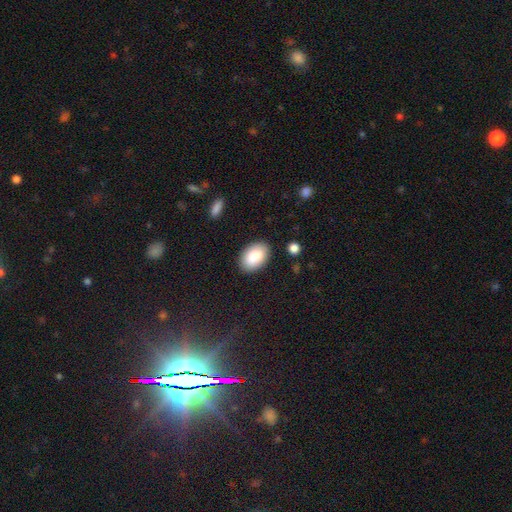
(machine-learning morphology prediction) Smooth or featured? Predicted: smooth (p=0.88). How rounded? Predicted: in between (p=0.91). Merging? Predicted: none (p=0.87).